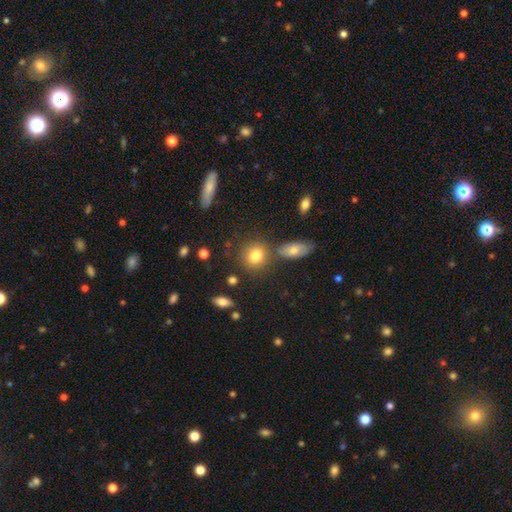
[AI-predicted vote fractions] Q: Smooth or featured?
A: smooth (81%); runner-up: star or artifact (10%)
Q: How rounded?
A: round (75%); runner-up: in between (23%)
Q: Merging?
A: none (73%); runner-up: minor disturbance (11%)